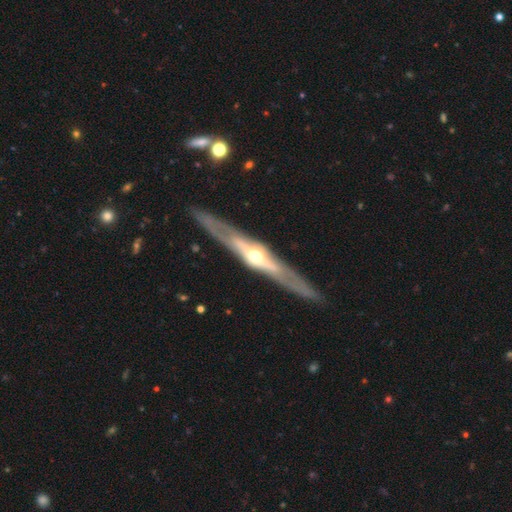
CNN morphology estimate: Smooth or featured: featured or disk — 80% (smooth — 15%)
Edge-on disk: yes — 87% (no — 13%)
Edge-on bulge: rounded — 89% (none — 6%)
Merging: none — 86% (minor disturbance — 9%)